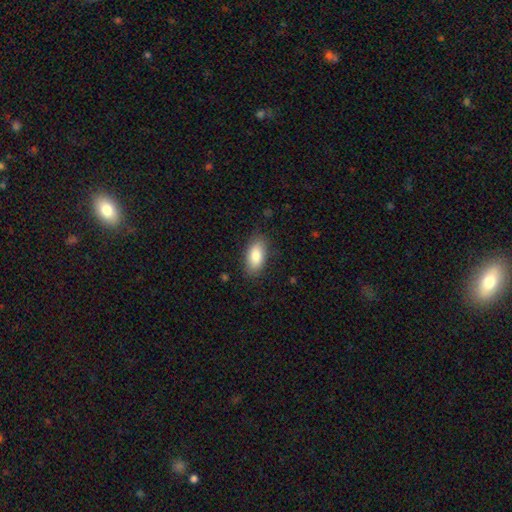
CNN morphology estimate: The model was most divided on "merging": none: 83%, minor disturbance: 13%, major disturbance: 3%, merger: 1%. More confident: how rounded — in between (91%); smooth or featured — smooth (84%).